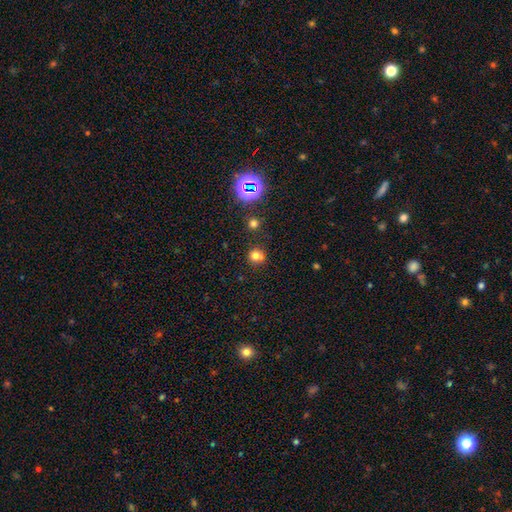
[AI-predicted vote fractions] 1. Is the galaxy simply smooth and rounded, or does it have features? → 74% smooth, 19% star or artifact, 7% featured or disk.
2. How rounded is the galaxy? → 81% round, 18% in between, 1% cigar-shaped.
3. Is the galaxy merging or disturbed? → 74% none, 14% minor disturbance, 8% merger, 4% major disturbance.